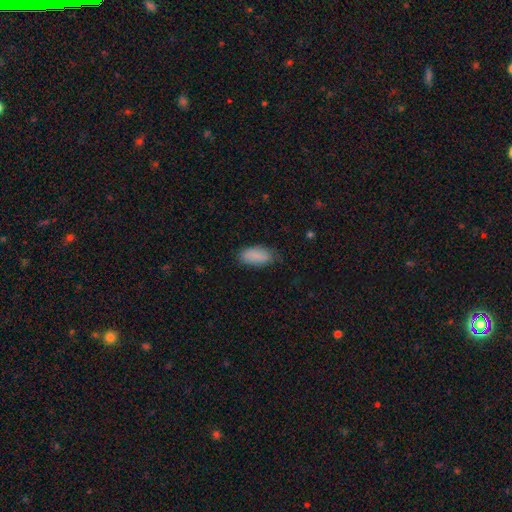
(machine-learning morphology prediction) This is clearly a smooth galaxy (87%). How rounded: clearly in between (90%). Merging: likely none (71%).